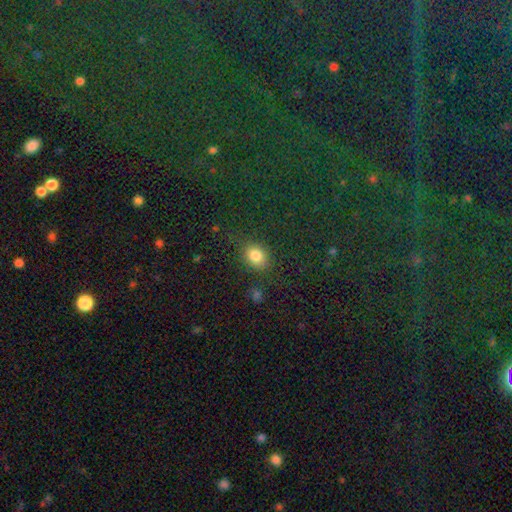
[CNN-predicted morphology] A smooth galaxy with no disk features (81%) that is round (49%, tied with in between). Merging: none (78%).